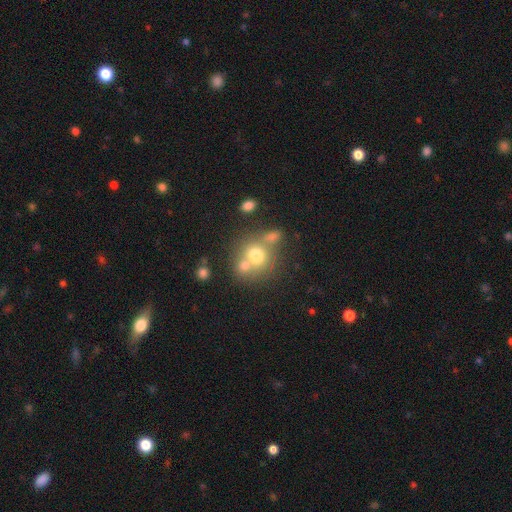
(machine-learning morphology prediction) The model was most divided on "merging": none: 48%, merger: 38%, minor disturbance: 10%, major disturbance: 5%. More confident: how rounded — round (81%); smooth or featured — smooth (68%).